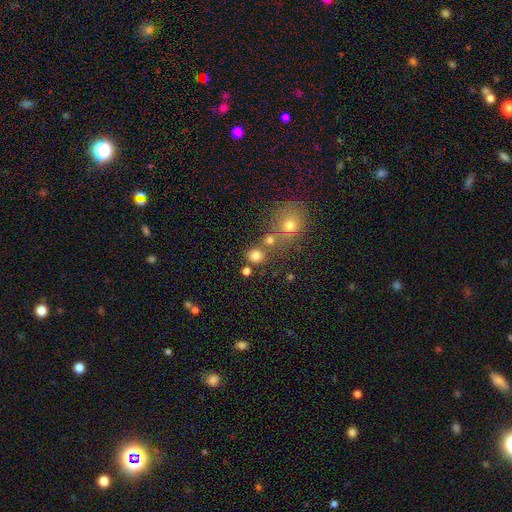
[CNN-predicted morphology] This is likely a smooth galaxy (78%). How rounded: clearly round (86%). Merging: likely none (67%).